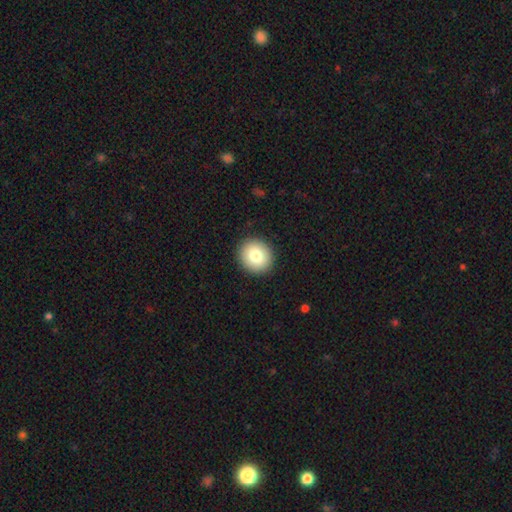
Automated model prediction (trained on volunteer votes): This appears to be a smooth galaxy with no disk features (80%) that is round (86%). Merging: none (92%).